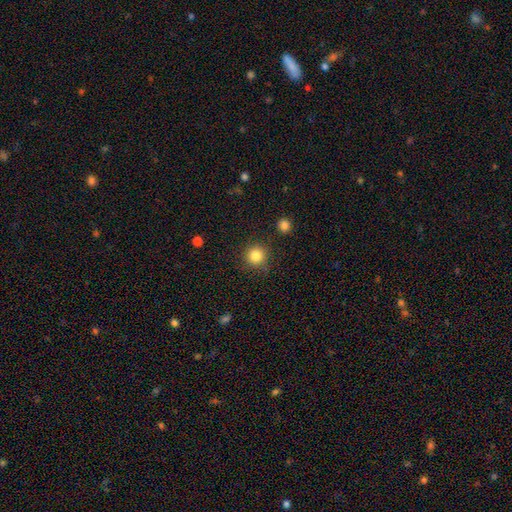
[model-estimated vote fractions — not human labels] This is clearly a smooth galaxy (84%). How rounded: clearly round (94%). Merging: clearly none (87%).